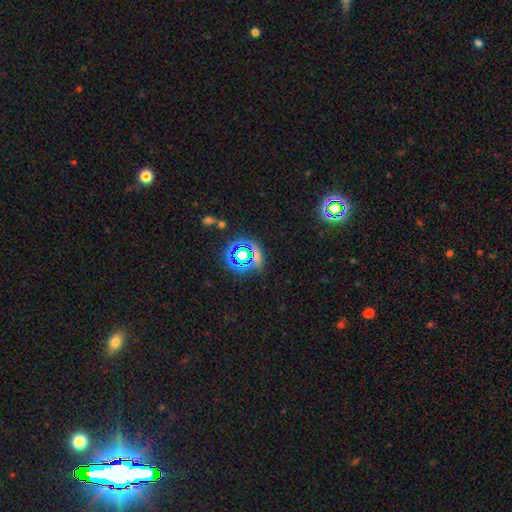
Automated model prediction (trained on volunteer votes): Smooth or featured?
  - star or artifact: 61% *
  - smooth: 27%
  - featured or disk: 11%